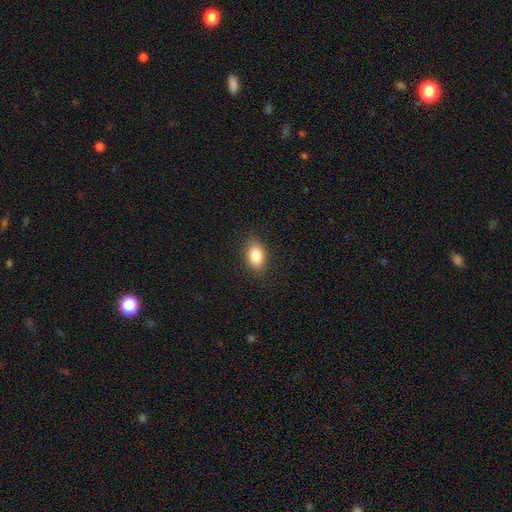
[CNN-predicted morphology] type=smooth (84%); roundness=in between (87%); merging=none (86%).